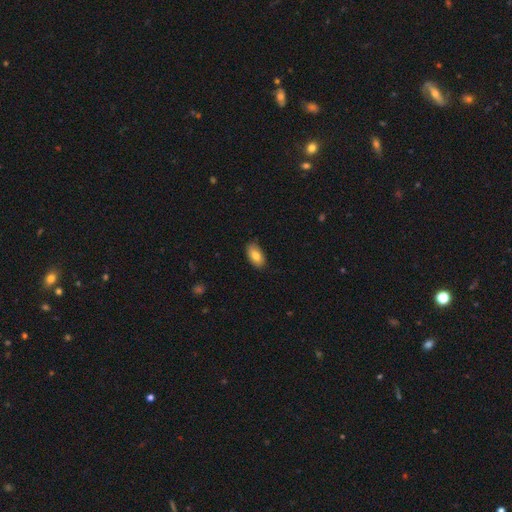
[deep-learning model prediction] A smooth galaxy with no disk features (80%) that is in between round and cigar-shaped (94%).

Vote fractions:
- Smooth or featured? smooth: 80% / featured or disk: 13% / star or artifact: 7%
- How rounded? in between: 94% / round: 4% / cigar-shaped: 3%
- Merging? none: 86% / minor disturbance: 11% / major disturbance: 2% / merger: 1%